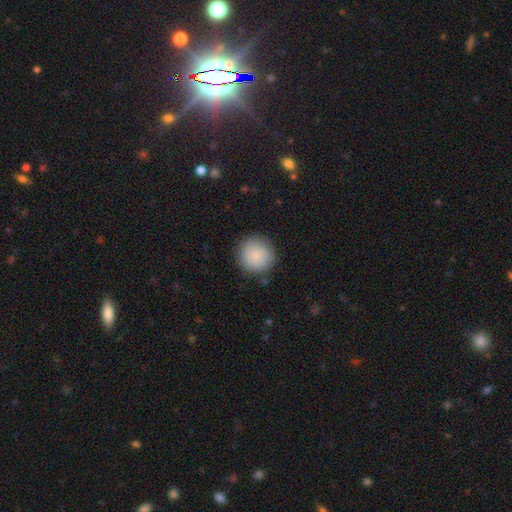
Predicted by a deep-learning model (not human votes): Morphology: type=smooth (88%); roundness=round (95%); merging=none (88%).